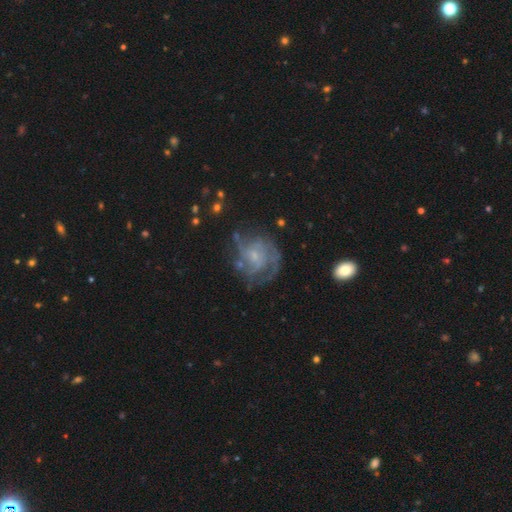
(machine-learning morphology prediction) Q: Smooth or featured?
A: featured or disk (78%); runner-up: smooth (14%)
Q: Edge-on disk?
A: no (98%); runner-up: yes (2%)
Q: Bar?
A: no (67%); runner-up: weak (29%)
Q: Spiral arms?
A: yes (87%); runner-up: no (13%)
Q: Spiral winding?
A: tight (43%); runner-up: medium (40%)
Q: Spiral arm count?
A: can't tell (37%); runner-up: 3 (20%)
Q: Bulge size?
A: small (65%); runner-up: moderate (18%)
Q: Merging?
A: none (59%); runner-up: minor disturbance (19%)